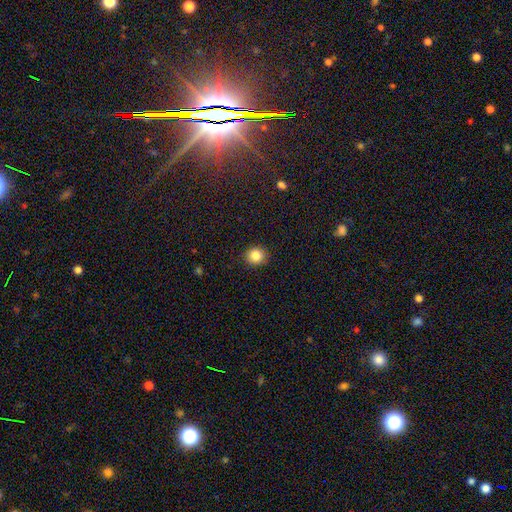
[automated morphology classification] Smooth or featured?
  - smooth: 85% *
  - star or artifact: 11%
  - featured or disk: 5%
How rounded?
  - round: 87% *
  - in between: 12%
  - cigar-shaped: 1%
Merging?
  - none: 91% *
  - minor disturbance: 7%
  - major disturbance: 2%
  - merger: 1%